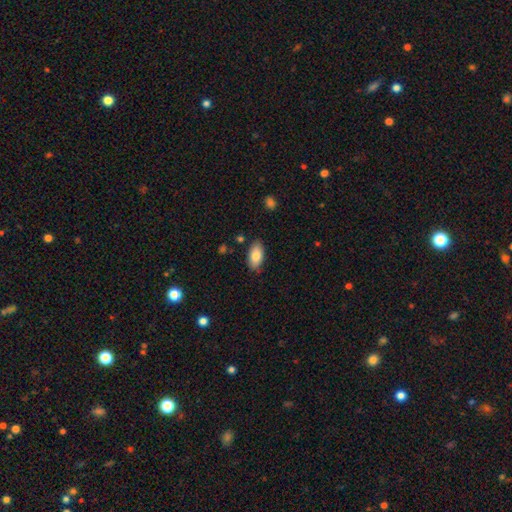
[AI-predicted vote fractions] Smooth or featured? smooth (83%)
How rounded? in between (94%)
Merging? none (83%)